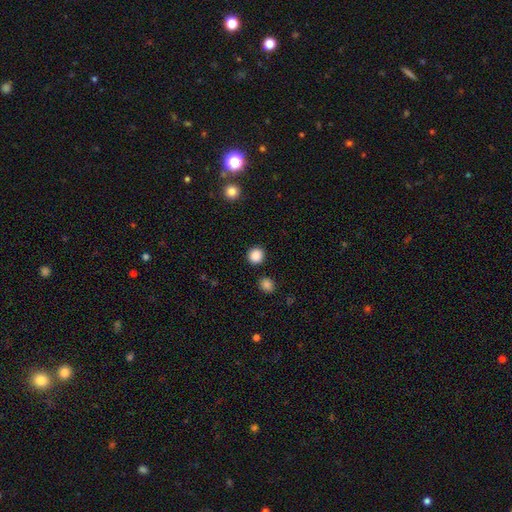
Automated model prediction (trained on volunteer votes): This appears to be a smooth galaxy with no disk features (87%) that is round (92%). Merging: none (90%).